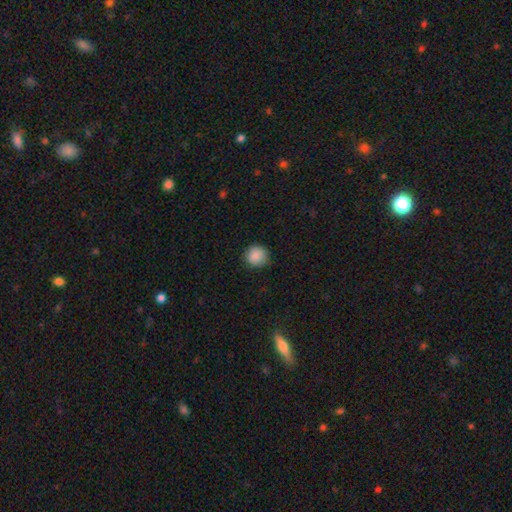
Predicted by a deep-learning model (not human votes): smooth_or_featured: smooth (p=0.88) [alt: star or artifact p=0.09]
how_rounded: round (p=0.92) [alt: in between p=0.07]
merging: none (p=0.84) [alt: minor disturbance p=0.13]